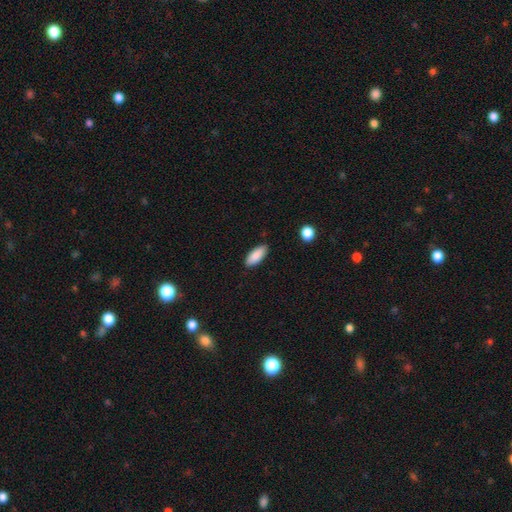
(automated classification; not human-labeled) This appears to be a smooth galaxy with no disk features (89%) that is in between round and cigar-shaped (84%). Merging: none (88%).